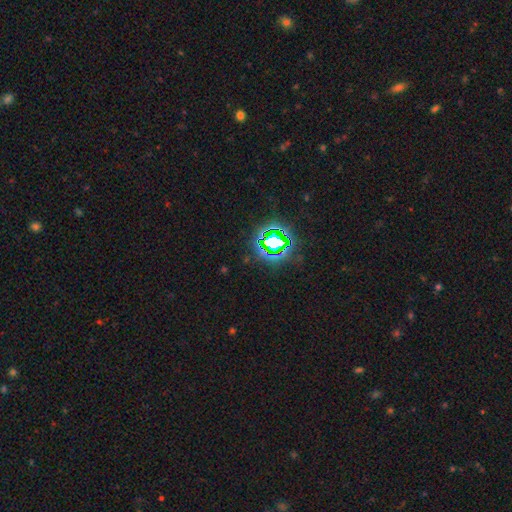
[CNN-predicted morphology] A star or artifact, not a galaxy (81%).